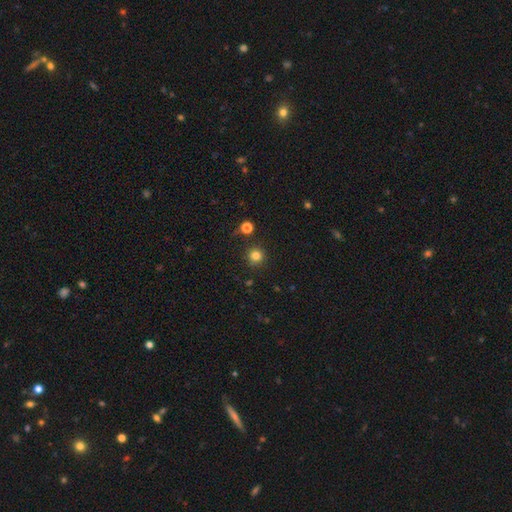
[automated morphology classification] Overall: smooth (81%). How rounded: round (95%). Merging: none (86%).